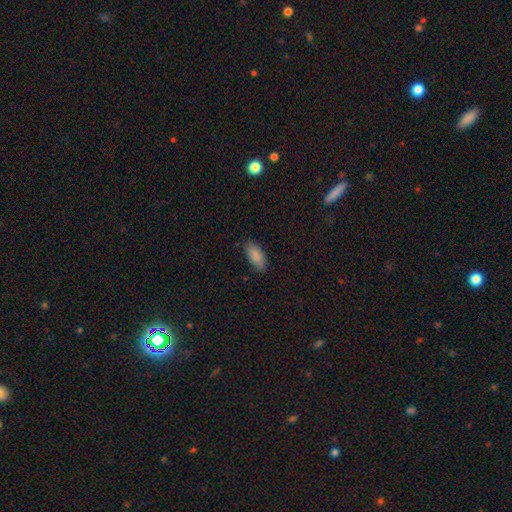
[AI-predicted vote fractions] Morphology: type=smooth (89%); roundness=in between (88%); merging=none (85%).